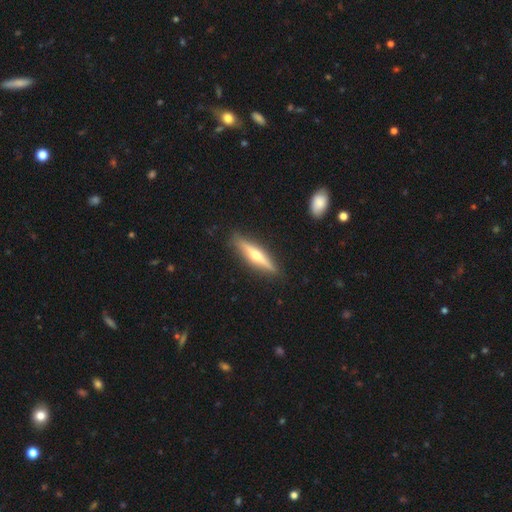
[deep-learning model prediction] Smooth or featured? Predicted: featured or disk (p=0.64). Edge-on disk? Predicted: yes (p=0.96). Edge-on bulge? Predicted: rounded (p=0.91). Merging? Predicted: none (p=0.89).